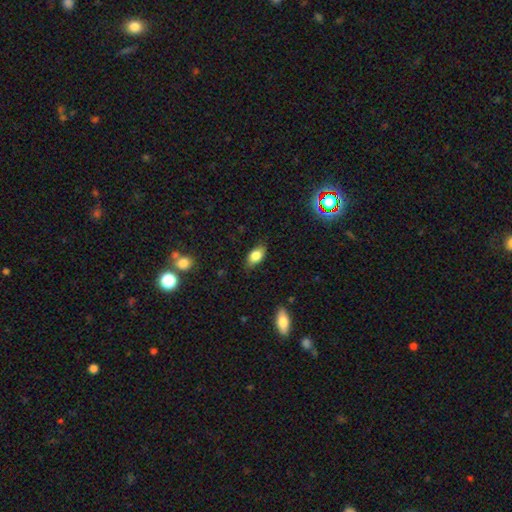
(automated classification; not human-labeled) Overall: smooth (80%). How rounded: in between (88%). Merging: none (82%).